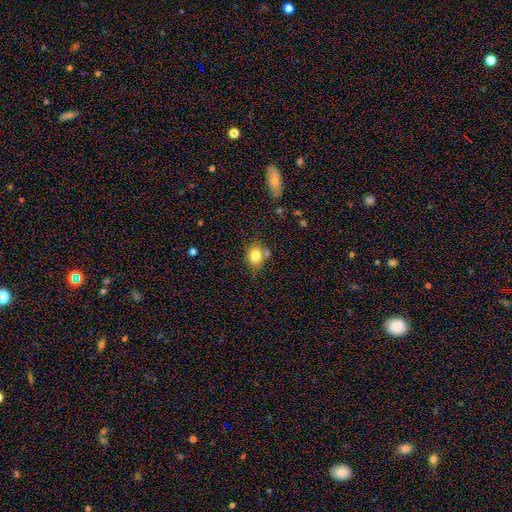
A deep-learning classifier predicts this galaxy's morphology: Smooth or featured? Predicted: smooth (p=0.80). How rounded? Predicted: round (p=0.55). Merging? Predicted: none (p=0.66).